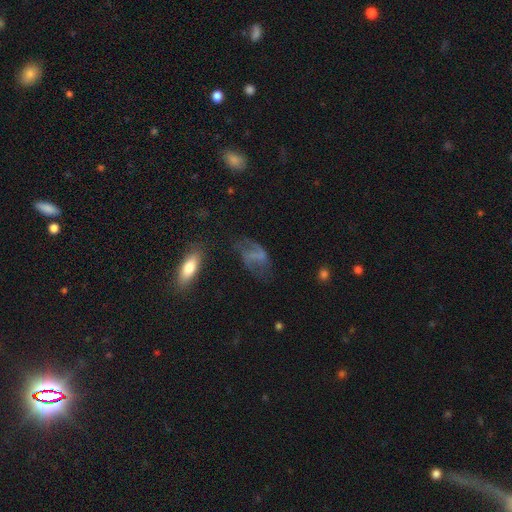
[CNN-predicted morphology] smooth-or-featured: featured or disk: 56% | smooth: 32% | star or artifact: 12%
  disk-edge-on: no: 95% | yes: 5%
    bar: no: 39% | weak: 37% | strong: 24%
    has-spiral-arms: yes: 73% | no: 27%
    bulge-size: none: 66% | small: 21% | moderate: 8% | large: 3% | dominant: 1%
  merging: none: 49% | major disturbance: 24% | minor disturbance: 23% | merger: 4%